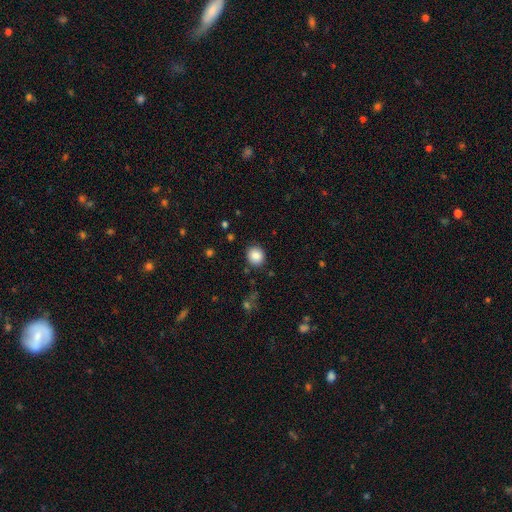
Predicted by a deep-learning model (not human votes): The model was most divided on "how rounded": round: 82%, in between: 17%, cigar-shaped: 1%. More confident: merging — none (88%); smooth or featured — smooth (87%).